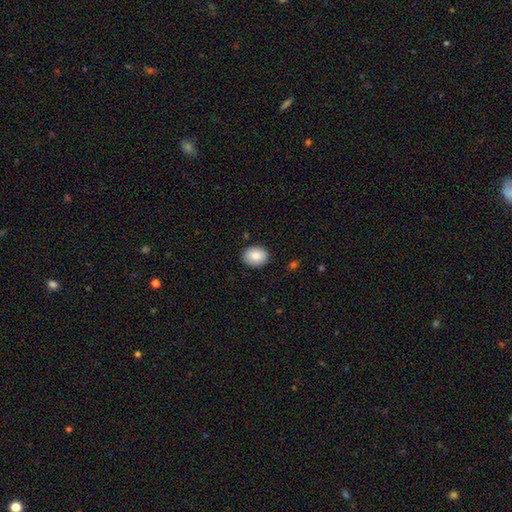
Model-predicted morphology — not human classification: This is clearly a smooth galaxy (88%). How rounded: likely in between (61%). Merging: clearly none (89%).